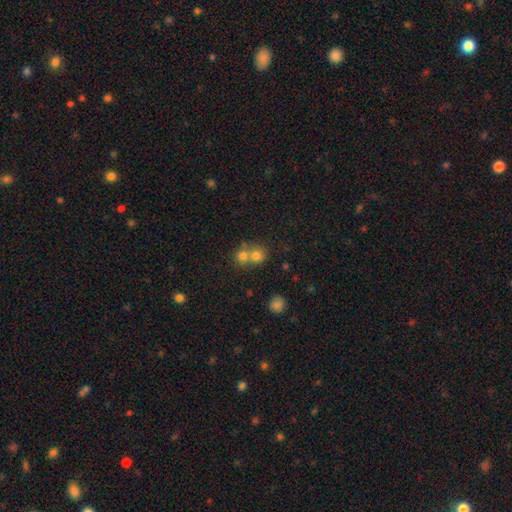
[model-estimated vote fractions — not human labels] This appears to be a smooth galaxy with no disk features (75%) that is round (83%). Merging: merger (57%).